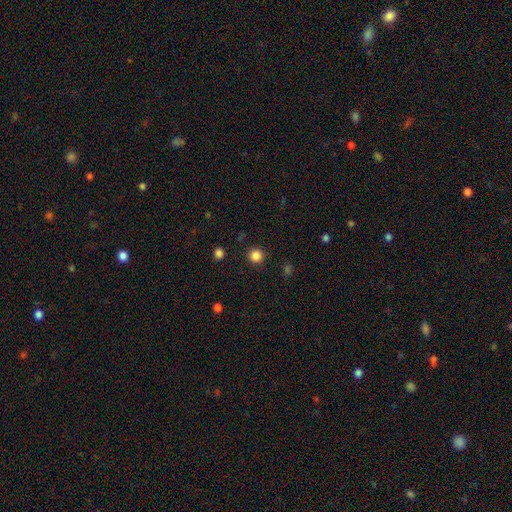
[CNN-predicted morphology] Smooth or featured: smooth — 84% (star or artifact — 12%)
How rounded: round — 95% (in between — 4%)
Merging: none — 92% (minor disturbance — 5%)